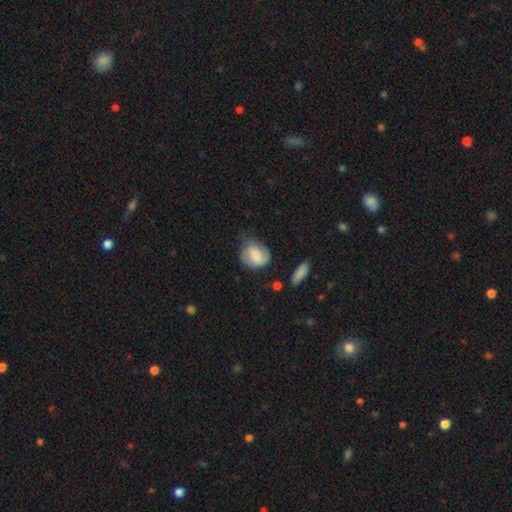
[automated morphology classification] Q: Smooth or featured?
A: smooth (60%); runner-up: featured or disk (32%)
Q: How rounded?
A: round (59%); runner-up: in between (40%)
Q: Merging?
A: none (49%); runner-up: minor disturbance (33%)